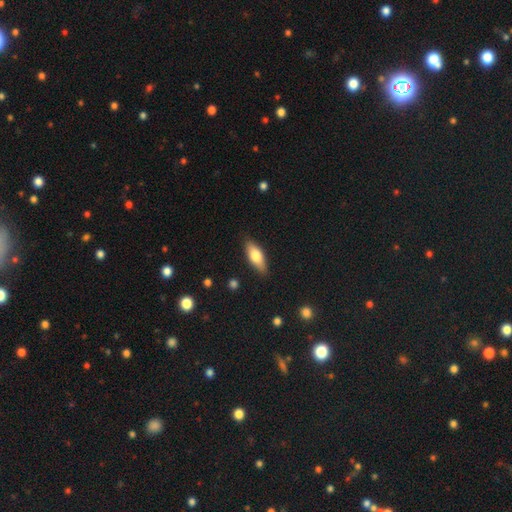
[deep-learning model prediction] smooth-or-featured: smooth: 69% | featured or disk: 25% | star or artifact: 6%
  how-rounded: in between: 71% | cigar-shaped: 27% | round: 3%
  merging: none: 86% | minor disturbance: 11% | major disturbance: 2% | merger: 1%